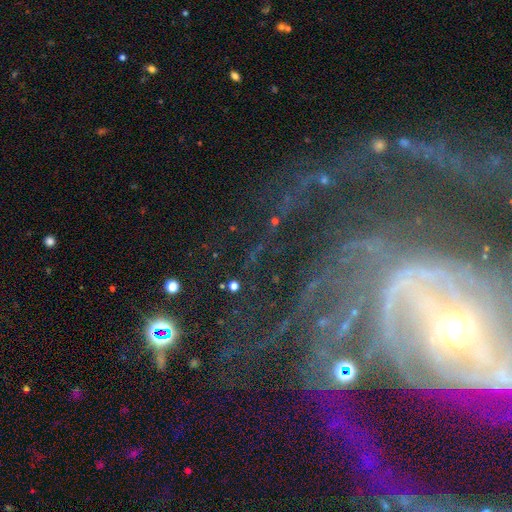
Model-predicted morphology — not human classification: Smooth or featured? Predicted: featured or disk (p=0.84). Edge-on disk? Predicted: no (p=0.95). Bar? Predicted: strong (p=0.38). Spiral arms? Predicted: yes (p=0.91). Spiral winding? Predicted: tight (p=0.51). Spiral arm count? Predicted: can't tell (p=0.26, tied with 2). Bulge size? Predicted: small (p=0.54). Merging? Predicted: none (p=0.54).